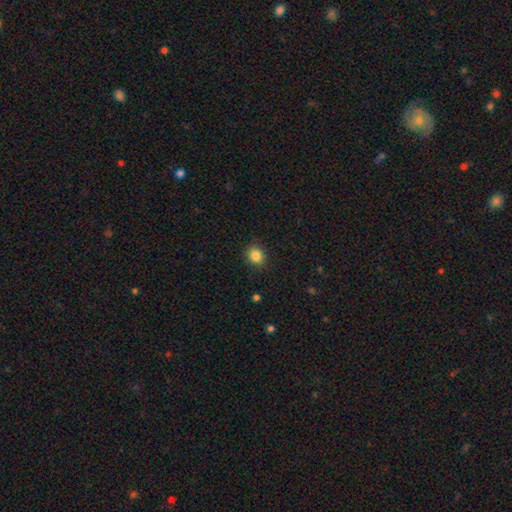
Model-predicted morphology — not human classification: smooth-or-featured: smooth: 85% | star or artifact: 11% | featured or disk: 5%
  how-rounded: round: 72% | in between: 27% | cigar-shaped: 1%
  merging: none: 88% | minor disturbance: 9% | major disturbance: 2% | merger: 1%